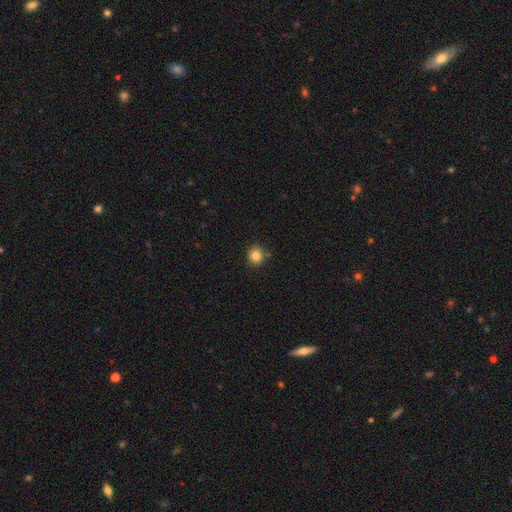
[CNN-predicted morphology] A smooth galaxy with no disk features (84%) that is round (85%).

Vote fractions:
- Smooth or featured? smooth: 84% / star or artifact: 11% / featured or disk: 5%
- How rounded? round: 85% / in between: 14% / cigar-shaped: 1%
- Merging? none: 84% / minor disturbance: 10% / merger: 4% / major disturbance: 2%